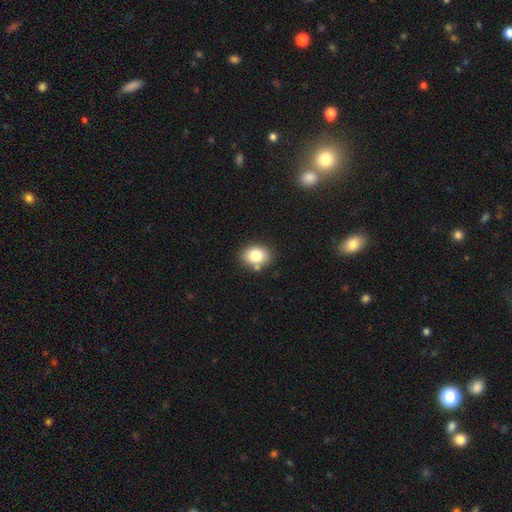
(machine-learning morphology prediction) Q: Smooth or featured?
A: smooth (82%); runner-up: star or artifact (10%)
Q: How rounded?
A: in between (61%); runner-up: round (38%)
Q: Merging?
A: none (76%); runner-up: minor disturbance (12%)